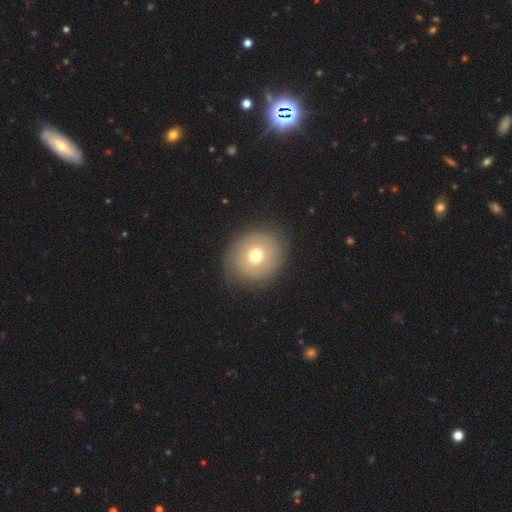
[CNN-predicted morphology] Smooth or featured: smooth — 58% (featured or disk — 32%)
How rounded: round — 80% (in between — 19%)
Merging: none — 79% (minor disturbance — 15%)